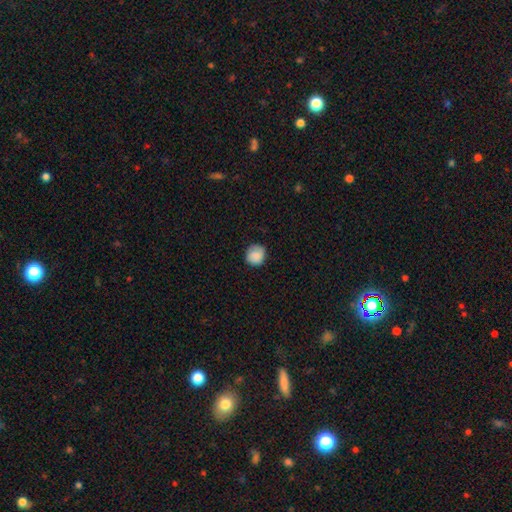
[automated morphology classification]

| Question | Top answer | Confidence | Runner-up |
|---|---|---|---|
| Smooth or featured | smooth | 86% | star or artifact (8%) |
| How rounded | round | 89% | in between (10%) |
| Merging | none | 81% | minor disturbance (15%) |